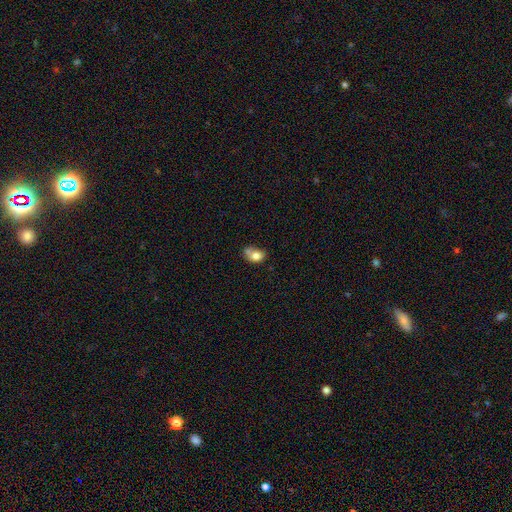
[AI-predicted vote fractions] Overall: smooth (76%). How rounded: in between (65%; round 34%). Merging: none (33%; merger 28%).